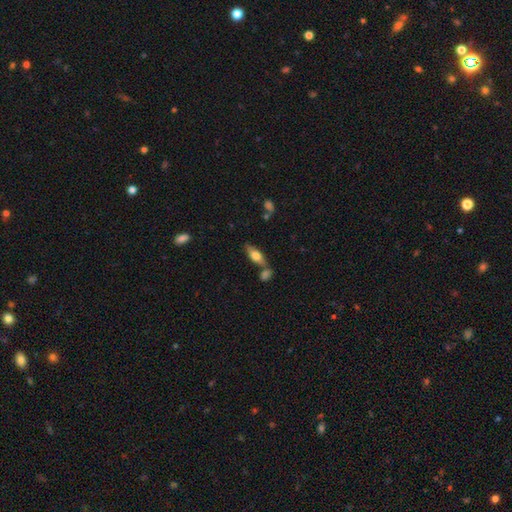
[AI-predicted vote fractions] This is likely a smooth galaxy (65%). How rounded: likely in between (73%). Merging: likely none (64%).